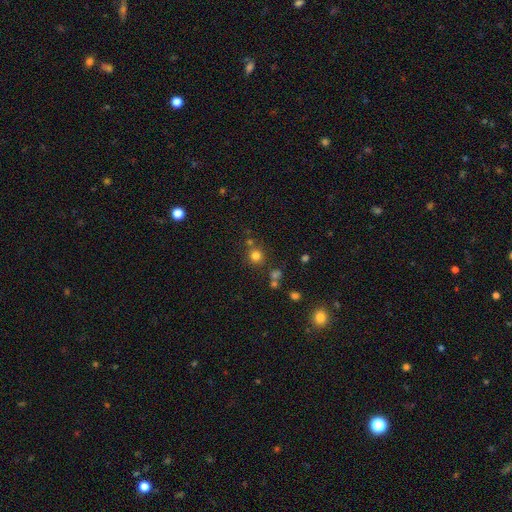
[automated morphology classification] Smooth or featured? Predicted: smooth (p=0.76). How rounded? Predicted: round (p=0.91). Merging? Predicted: none (p=0.74).